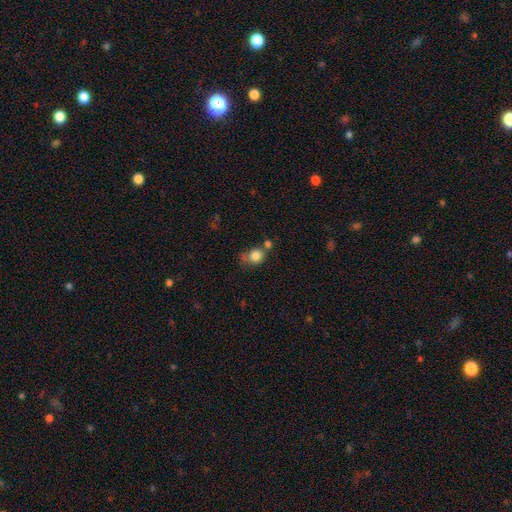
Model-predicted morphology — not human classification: This is clearly a smooth galaxy (81%). How rounded: likely round (72%). Merging: possibly none (45%).